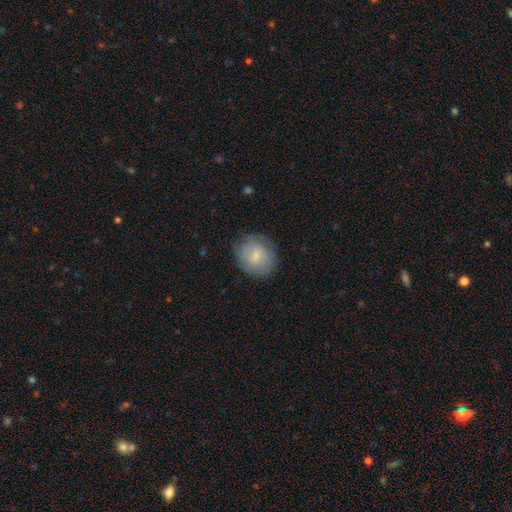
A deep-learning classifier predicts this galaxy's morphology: Overall: smooth (71%). How rounded: round (73%). Merging: none (77%).